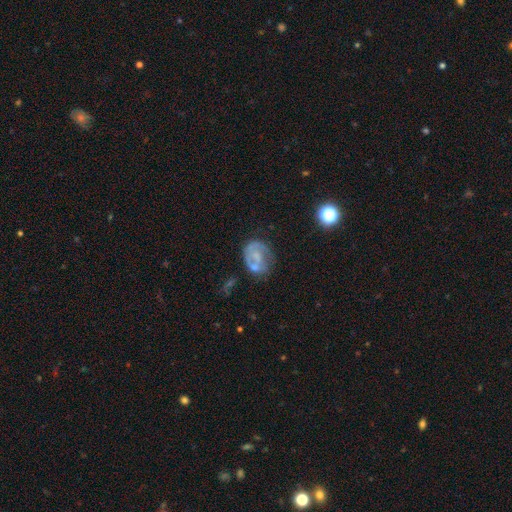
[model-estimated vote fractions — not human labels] A featured or disk galaxy (58%) with no bar (76%), no spiral arms (54%) and no central bulge (40%). Merging: none (42%).